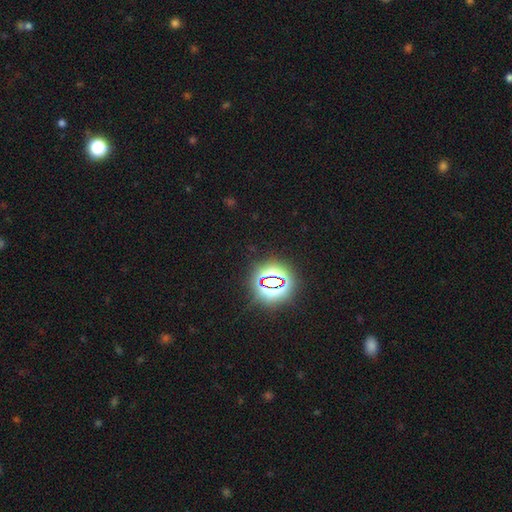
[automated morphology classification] The model was most divided on "smooth or featured": star or artifact: 79%, smooth: 15%, featured or disk: 6%.